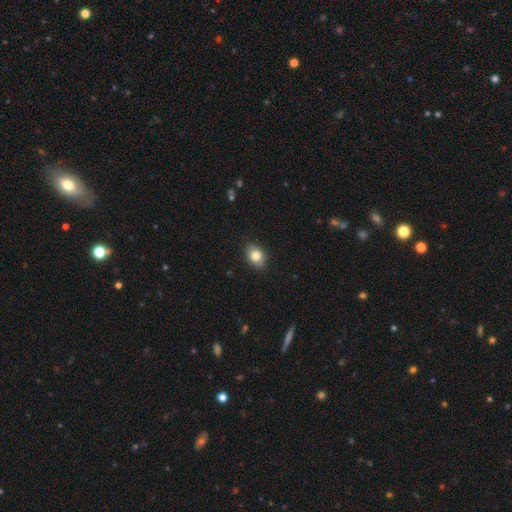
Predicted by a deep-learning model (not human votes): Smooth or featured: smooth — 81% (featured or disk — 11%)
How rounded: in between — 79% (round — 20%)
Merging: none — 88% (minor disturbance — 9%)